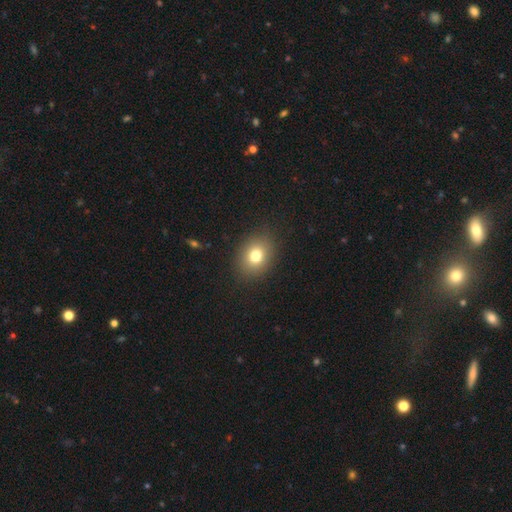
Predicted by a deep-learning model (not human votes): This appears to be a smooth galaxy with no disk features (76%) that is round (50%). Merging: none (85%).